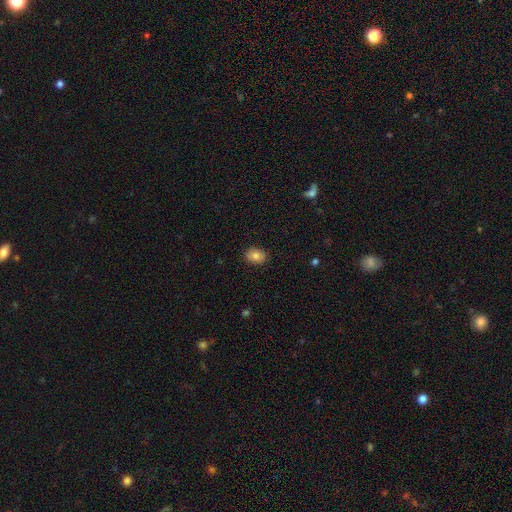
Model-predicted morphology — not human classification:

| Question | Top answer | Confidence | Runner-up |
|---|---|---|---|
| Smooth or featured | smooth | 83% | star or artifact (9%) |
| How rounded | in between | 64% | round (35%) |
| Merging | none | 88% | minor disturbance (9%) |